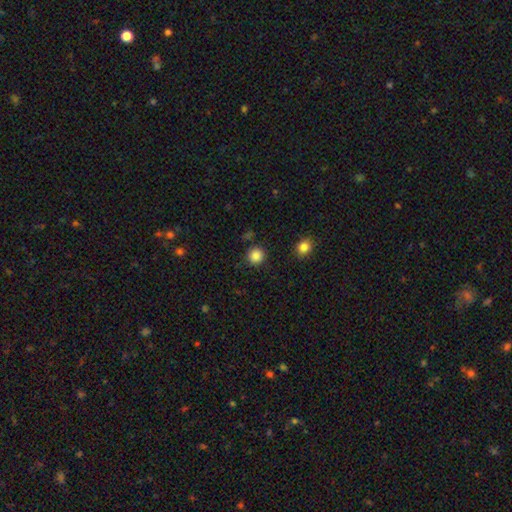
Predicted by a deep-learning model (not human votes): Smooth or featured?
  - smooth: 86% *
  - star or artifact: 10%
  - featured or disk: 3%
How rounded?
  - round: 92% *
  - in between: 7%
  - cigar-shaped: 1%
Merging?
  - none: 87% *
  - minor disturbance: 7%
  - merger: 3%
  - major disturbance: 3%